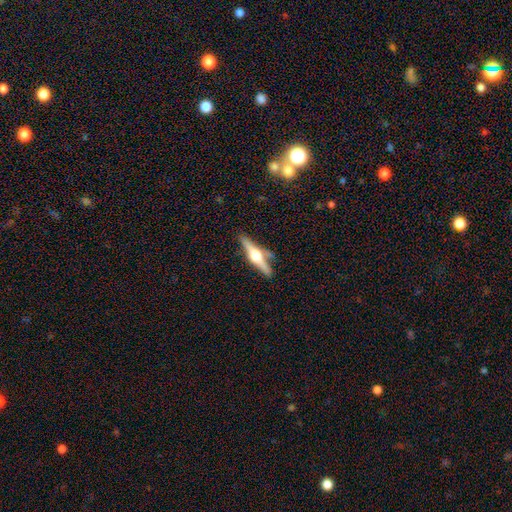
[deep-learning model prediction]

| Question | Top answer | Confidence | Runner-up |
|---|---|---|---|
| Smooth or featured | featured or disk | 75% | smooth (19%) |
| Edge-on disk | yes | 97% | no (3%) |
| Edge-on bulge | rounded | 95% | boxy (3%) |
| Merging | none | 80% | minor disturbance (12%) |